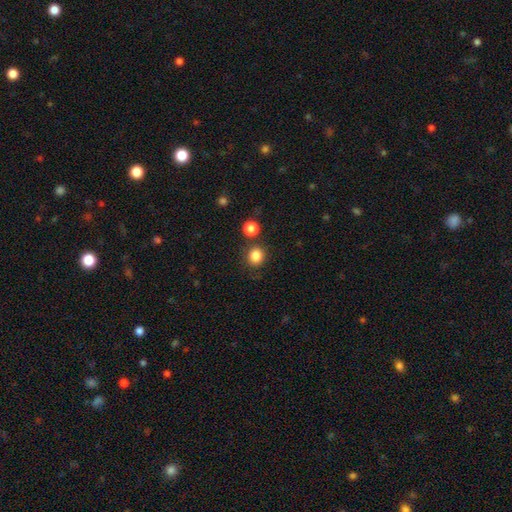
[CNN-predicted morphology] Smooth or featured?
  - smooth: 84% *
  - star or artifact: 12%
  - featured or disk: 4%
How rounded?
  - round: 85% *
  - in between: 14%
  - cigar-shaped: 1%
Merging?
  - none: 83% *
  - minor disturbance: 8%
  - merger: 6%
  - major disturbance: 3%